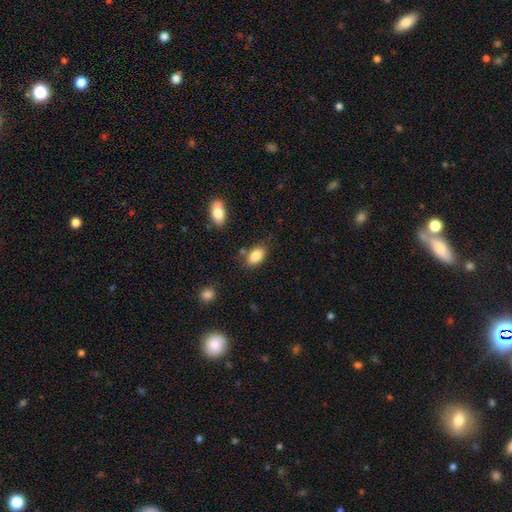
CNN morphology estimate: Smooth or featured?
  - smooth: 85% *
  - star or artifact: 8%
  - featured or disk: 7%
How rounded?
  - in between: 91% *
  - round: 6%
  - cigar-shaped: 3%
Merging?
  - none: 74% *
  - minor disturbance: 17%
  - merger: 6%
  - major disturbance: 4%